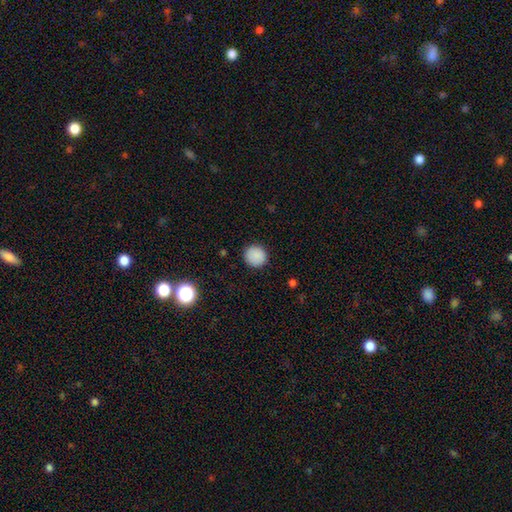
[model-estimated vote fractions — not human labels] Smooth or featured? Predicted: smooth (p=0.87). How rounded? Predicted: round (p=0.93). Merging? Predicted: none (p=0.90).